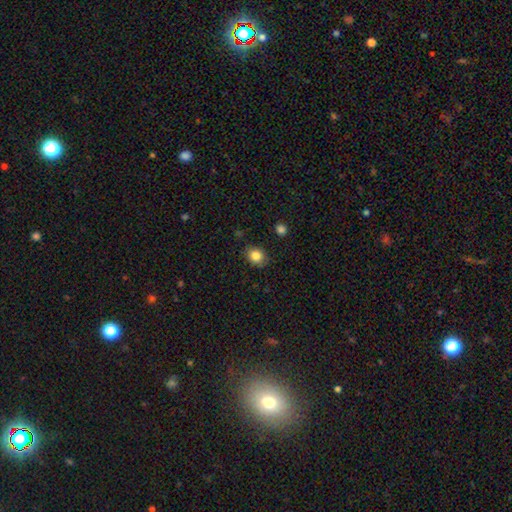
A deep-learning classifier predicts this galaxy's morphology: Smooth or featured: smooth — 85% (star or artifact — 10%)
How rounded: round — 64% (in between — 35%)
Merging: none — 83% (minor disturbance — 12%)